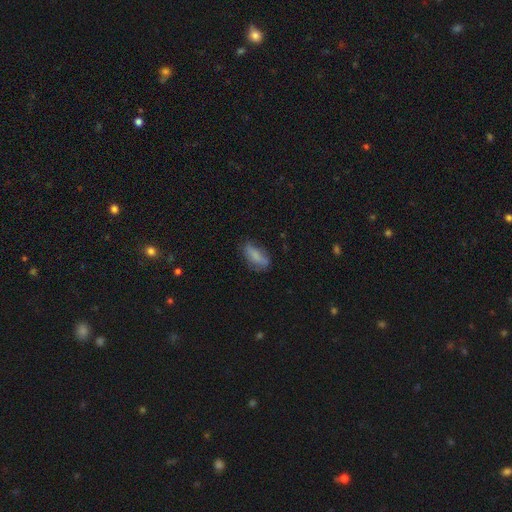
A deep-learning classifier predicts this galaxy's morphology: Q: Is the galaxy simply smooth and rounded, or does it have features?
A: smooth — 76%.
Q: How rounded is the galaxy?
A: in between — 73%.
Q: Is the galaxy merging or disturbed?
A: none — 61%.